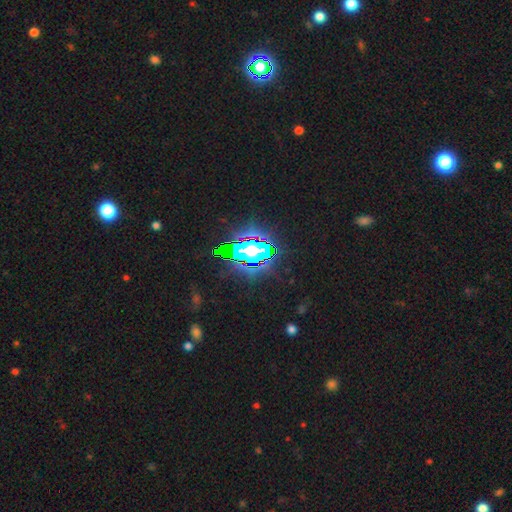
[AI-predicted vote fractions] A star or artifact, not a galaxy (83%).